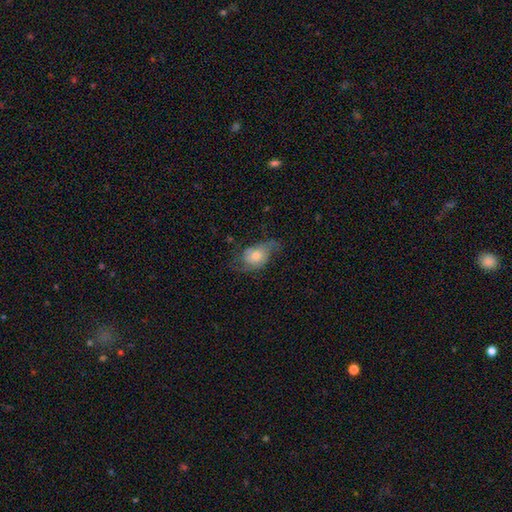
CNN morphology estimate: featured or disk 51%, smooth 40%, star or artifact 9%. Down the decision tree: edge-on disk — no (93%); merging — none (50%).